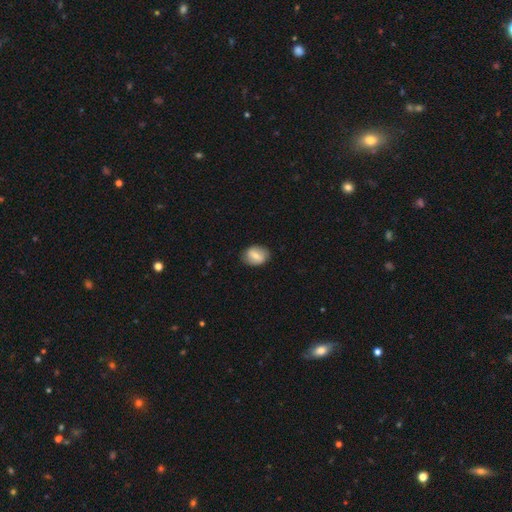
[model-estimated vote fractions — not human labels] Smooth or featured: smooth — 61% (featured or disk — 32%)
How rounded: in between — 65% (round — 34%)
Merging: none — 83% (minor disturbance — 13%)